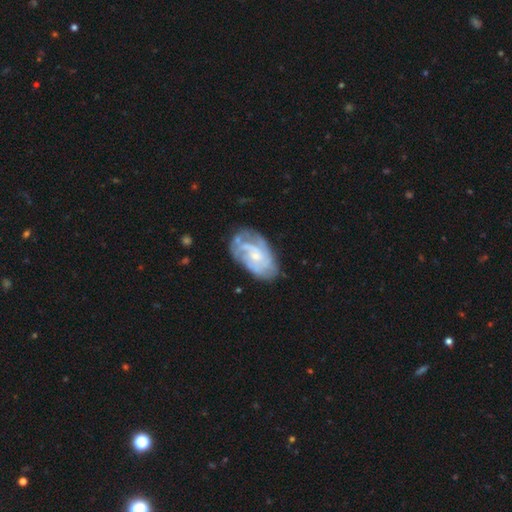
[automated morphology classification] A featured or disk galaxy (77%) with no bar (67%), tight (53%) spiral arms (89%) and a small central bulge (64%).

Vote fractions:
- Smooth or featured? featured or disk: 77% / smooth: 17% / star or artifact: 6%
- Edge-on disk? no: 97% / yes: 3%
- Bar? no: 67% / weak: 28% / strong: 4%
- Spiral arms? yes: 89% / no: 11%
- Spiral winding? tight: 53% / medium: 36% / loose: 11%
- Spiral arm count? can't tell: 38% / 2: 25% / 3: 21% / 4: 7% / 1: 5% / more than 4: 4%
- Bulge size? small: 64% / moderate: 28% / none: 5% / large: 2% / dominant: 1%
- Merging? none: 61% / minor disturbance: 25% / major disturbance: 11% / merger: 3%